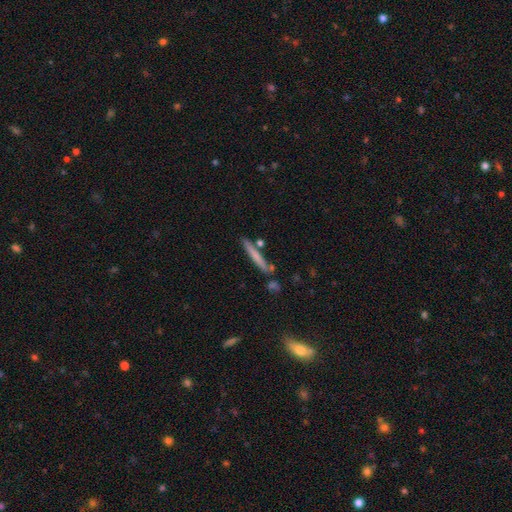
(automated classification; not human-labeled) Smooth or featured? Predicted: smooth (p=0.63). How rounded? Predicted: cigar-shaped (p=0.95). Merging? Predicted: none (p=0.78).